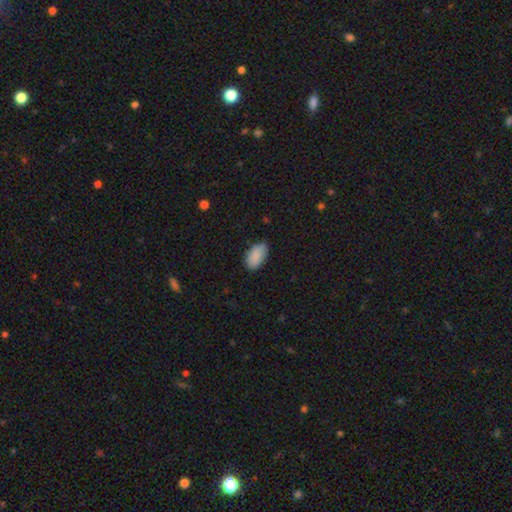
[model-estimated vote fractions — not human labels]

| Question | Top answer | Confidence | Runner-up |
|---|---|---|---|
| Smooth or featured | smooth | 88% | star or artifact (7%) |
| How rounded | in between | 94% | round (4%) |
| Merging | none | 80% | minor disturbance (16%) |